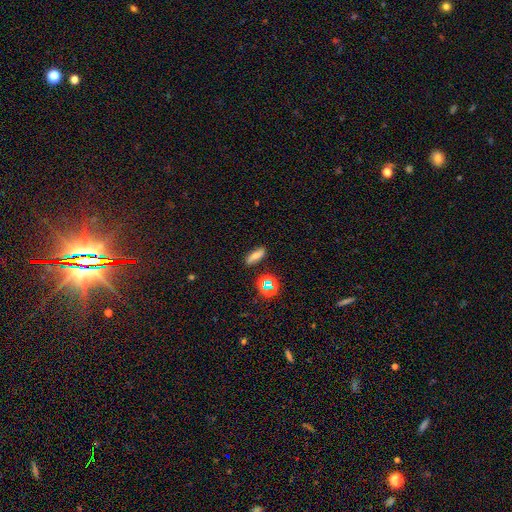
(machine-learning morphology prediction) This appears to be a smooth galaxy with no disk features (66%) that is in between round and cigar-shaped (48%). Merging: none (84%).